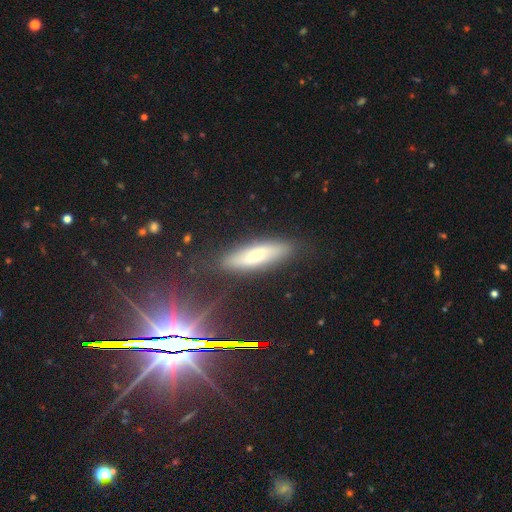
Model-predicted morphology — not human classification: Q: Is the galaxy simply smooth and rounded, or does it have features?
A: smooth — 54%.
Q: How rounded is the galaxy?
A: cigar-shaped — 59%.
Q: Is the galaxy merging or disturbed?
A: none — 83%.